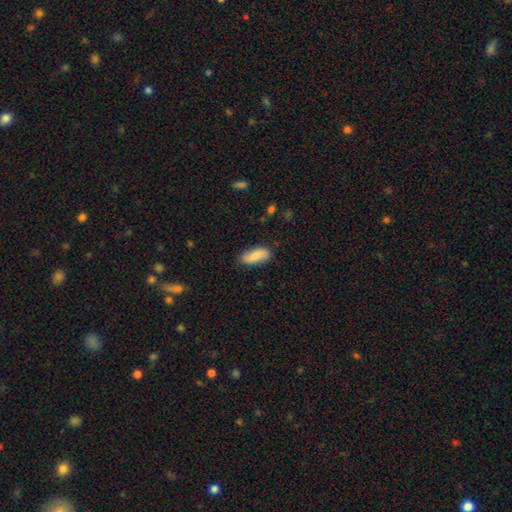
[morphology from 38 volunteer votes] Smooth or featured? 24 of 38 (63%) said smooth. How rounded? 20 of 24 (83%) said in between. Merging? 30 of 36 (83%) said none.